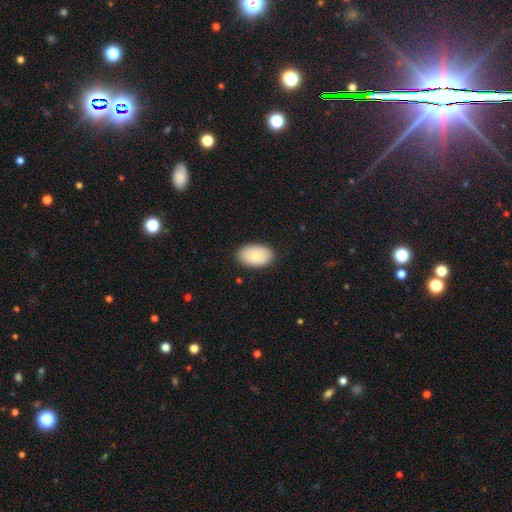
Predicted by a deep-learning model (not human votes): A smooth galaxy with no disk features (81%) that is in between round and cigar-shaped (93%).

Vote fractions:
- Smooth or featured? smooth: 81% / featured or disk: 13% / star or artifact: 6%
- How rounded? in between: 93% / round: 6% / cigar-shaped: 1%
- Merging? none: 86% / minor disturbance: 10% / major disturbance: 2% / merger: 1%